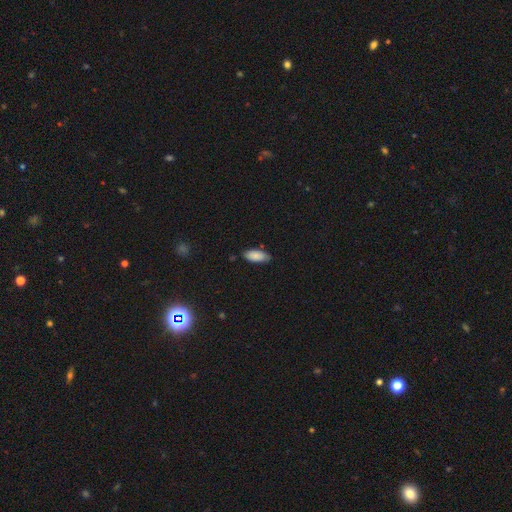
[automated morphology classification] The model was most divided on "merging": none: 80%, minor disturbance: 16%, major disturbance: 2%, merger: 2%. More confident: smooth or featured — smooth (86%); how rounded — in between (84%).